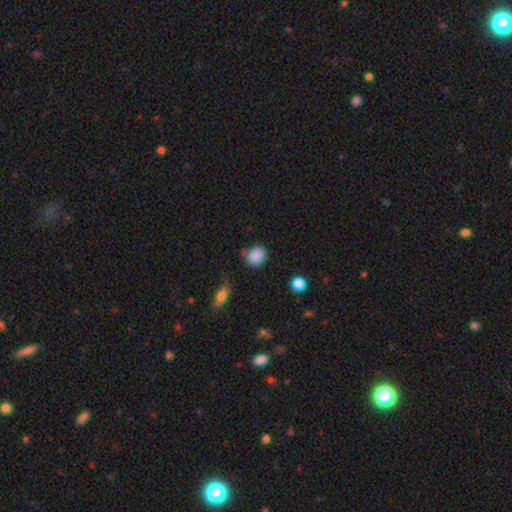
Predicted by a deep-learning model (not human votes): A smooth galaxy with no disk features (87%) that is round (65%).

Vote fractions:
- Smooth or featured? smooth: 87% / star or artifact: 9% / featured or disk: 4%
- How rounded? round: 65% / in between: 34% / cigar-shaped: 1%
- Merging? none: 70% / minor disturbance: 21% / major disturbance: 5% / merger: 5%